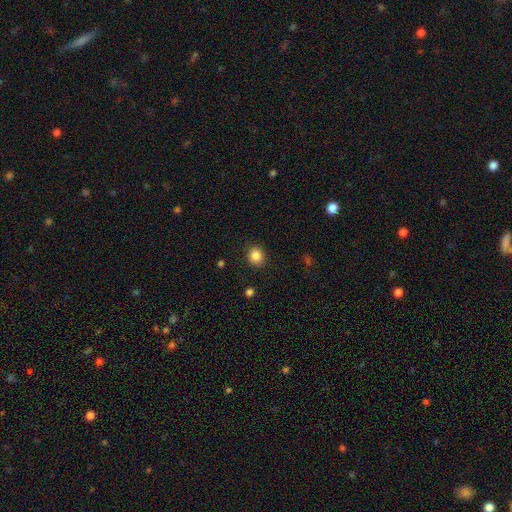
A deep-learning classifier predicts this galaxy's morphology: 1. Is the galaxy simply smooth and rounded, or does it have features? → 86% smooth, 10% star or artifact, 3% featured or disk.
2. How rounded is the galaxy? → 81% round, 18% in between, 1% cigar-shaped.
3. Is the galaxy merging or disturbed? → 89% none, 7% minor disturbance, 2% major disturbance, 1% merger.